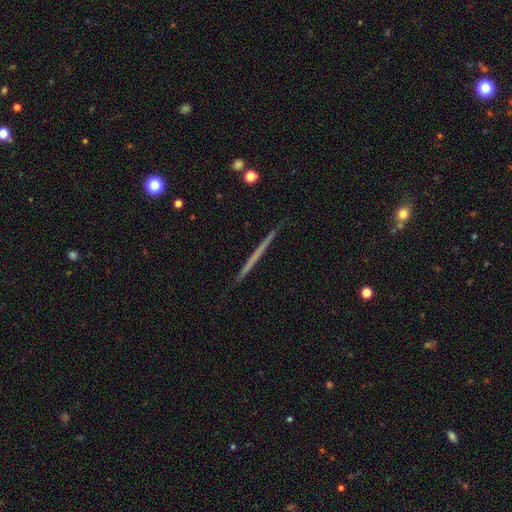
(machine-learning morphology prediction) This appears to be a featured or disk galaxy (57%) viewed edge-on (98%) with no central bulge (92%). Merging: none (92%).